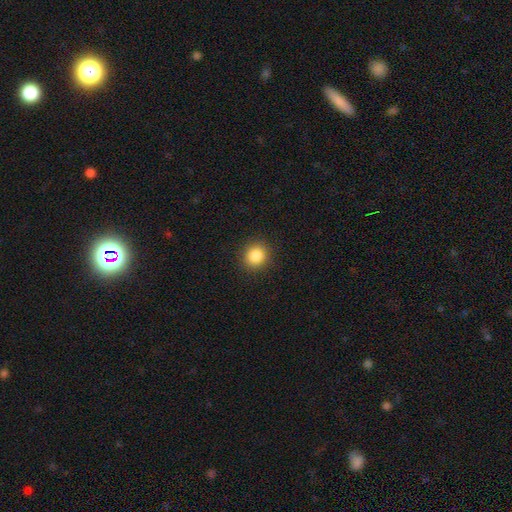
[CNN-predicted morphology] Q: Smooth or featured?
A: smooth (86%); runner-up: star or artifact (10%)
Q: How rounded?
A: round (86%); runner-up: in between (13%)
Q: Merging?
A: none (90%); runner-up: minor disturbance (7%)